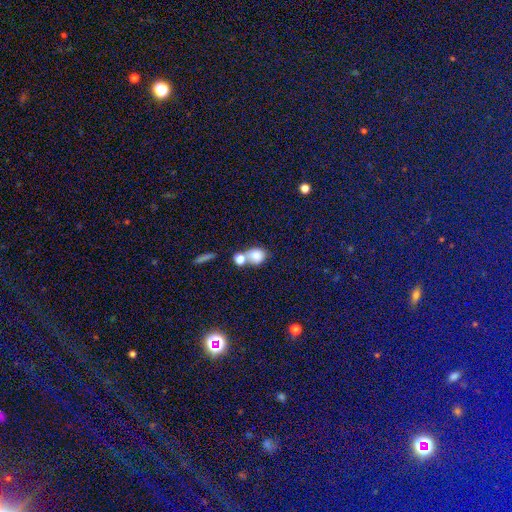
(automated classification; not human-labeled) Smooth or featured? Predicted: smooth (p=0.79). How rounded? Predicted: round (p=0.62). Merging? Predicted: merger (p=0.44).